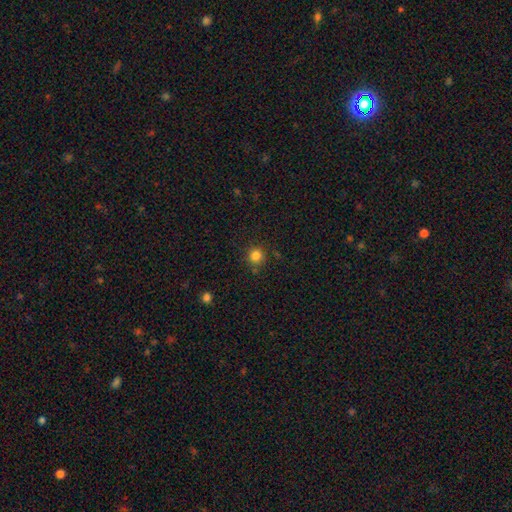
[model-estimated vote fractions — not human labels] smooth_or_featured: smooth (p=0.83) [alt: star or artifact p=0.13]
how_rounded: round (p=0.94) [alt: in between p=0.05]
merging: none (p=0.85) [alt: minor disturbance p=0.08]